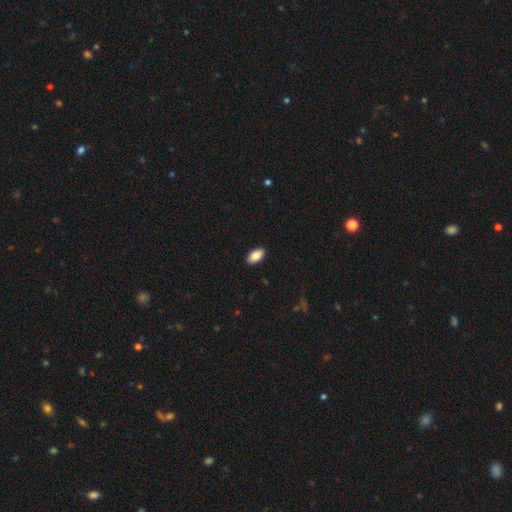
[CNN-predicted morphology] Smooth or featured?
  - smooth: 86% *
  - featured or disk: 7%
  - star or artifact: 7%
How rounded?
  - in between: 94% *
  - round: 3%
  - cigar-shaped: 3%
Merging?
  - none: 91% *
  - minor disturbance: 7%
  - major disturbance: 2%
  - merger: 1%